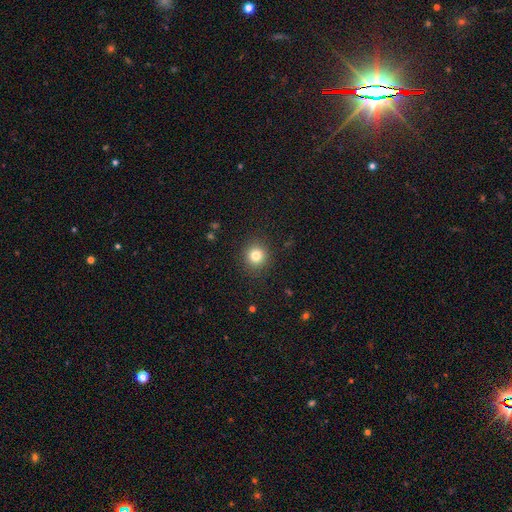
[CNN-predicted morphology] The model was most divided on "smooth or featured": smooth: 81%, star or artifact: 12%, featured or disk: 7%. More confident: how rounded — round (90%); merging — none (90%).